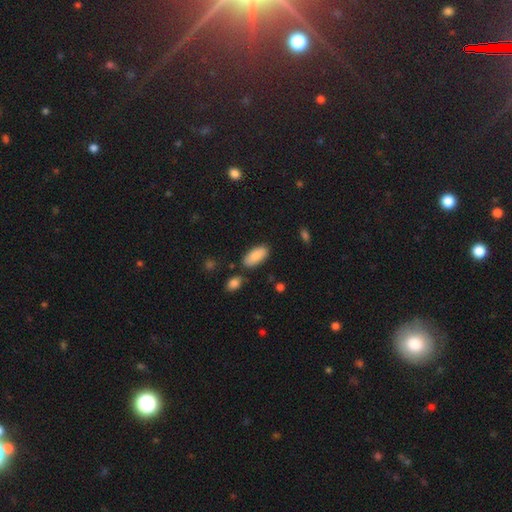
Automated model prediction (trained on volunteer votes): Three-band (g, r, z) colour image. It shows a smooth galaxy with no disk features (86%) that is in between round and cigar-shaped (90%). Merging: none (81%).